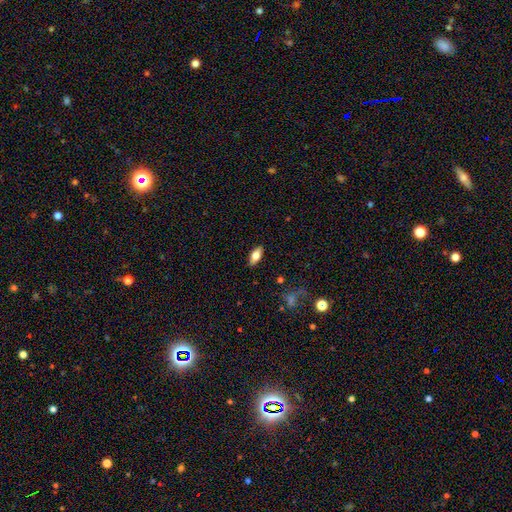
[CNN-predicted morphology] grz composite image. It shows a smooth galaxy with no disk features (69%) that is in between round and cigar-shaped (83%). Merging: none (87%).